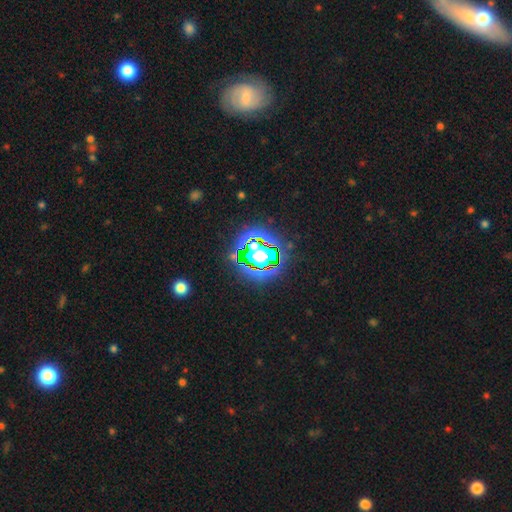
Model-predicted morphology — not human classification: Smooth or featured: star or artifact — 73% (smooth — 14%)